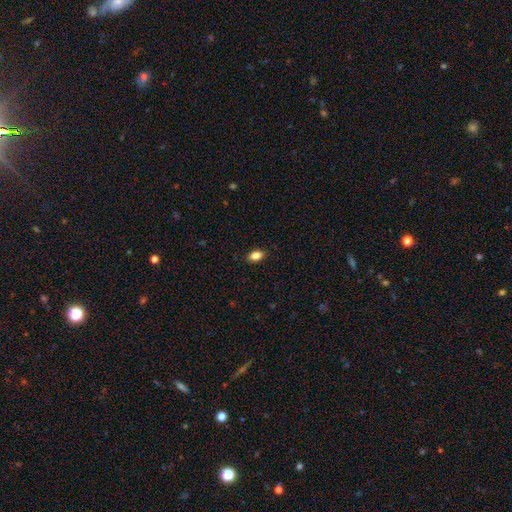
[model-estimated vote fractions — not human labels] Smooth or featured?
  - smooth: 85% *
  - star or artifact: 9%
  - featured or disk: 6%
How rounded?
  - in between: 88% *
  - round: 9%
  - cigar-shaped: 3%
Merging?
  - none: 89% *
  - minor disturbance: 8%
  - major disturbance: 2%
  - merger: 1%